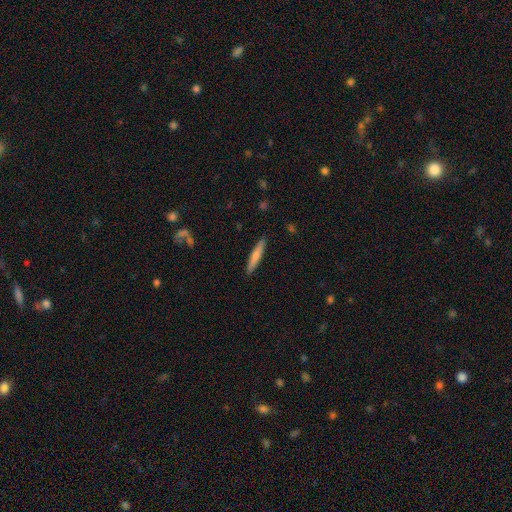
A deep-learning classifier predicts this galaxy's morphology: smooth_or_featured: smooth (p=0.71) [alt: featured or disk p=0.24]
how_rounded: cigar-shaped (p=0.93) [alt: in between p=0.06]
merging: none (p=0.91) [alt: minor disturbance p=0.06]